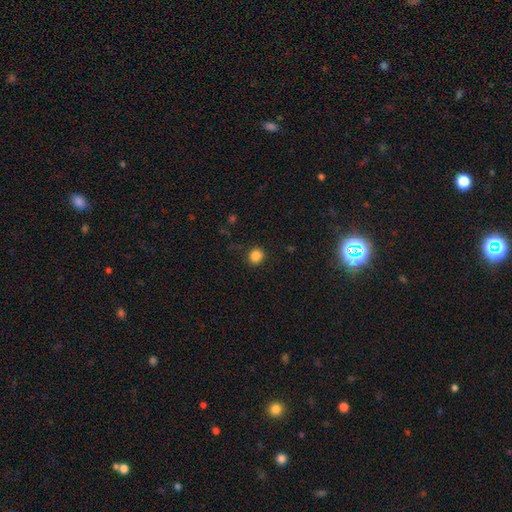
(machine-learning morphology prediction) Q: Smooth or featured?
A: smooth (85%); runner-up: star or artifact (11%)
Q: How rounded?
A: round (87%); runner-up: in between (12%)
Q: Merging?
A: none (89%); runner-up: minor disturbance (7%)